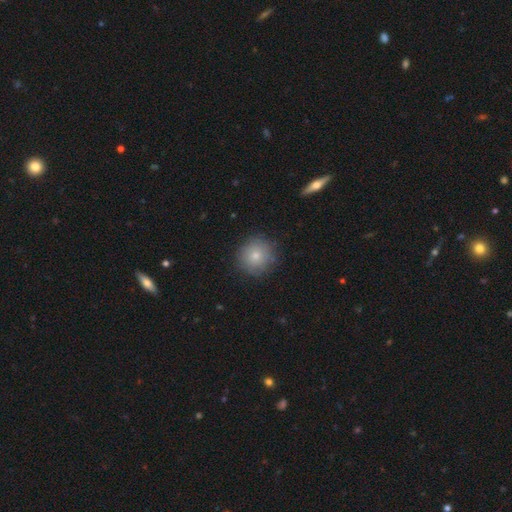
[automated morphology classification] This appears to be a smooth galaxy with no disk features (76%) that is round (94%). Merging: none (85%).